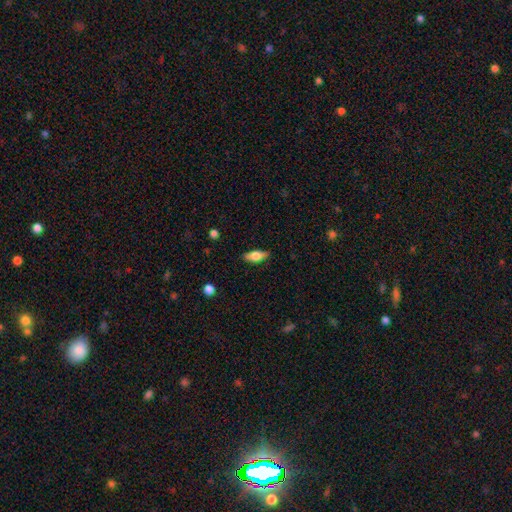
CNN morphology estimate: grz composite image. It shows a smooth galaxy with no disk features (63%) that is in between round and cigar-shaped (69%). Merging: none (85%).